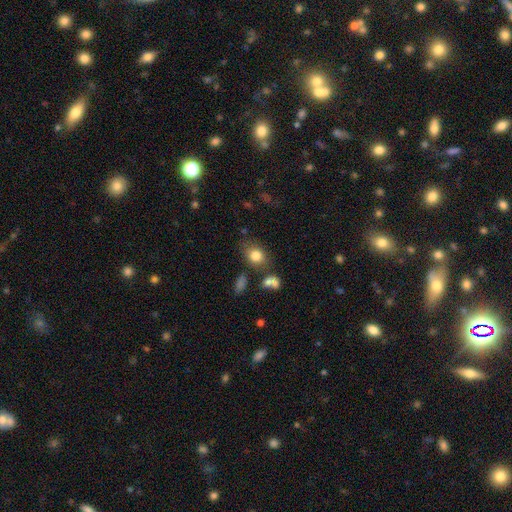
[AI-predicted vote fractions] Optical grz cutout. It shows a smooth galaxy with no disk features (81%) that is round (54%). Merging: none (67%).